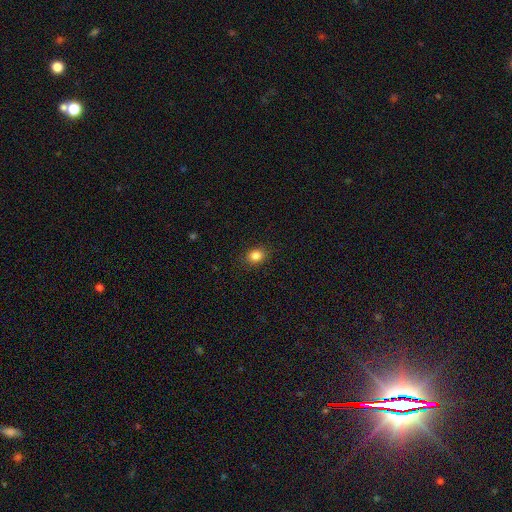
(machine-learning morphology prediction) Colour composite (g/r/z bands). It shows a smooth galaxy with no disk features (85%) that is in between round and cigar-shaped (53%). Merging: none (89%).